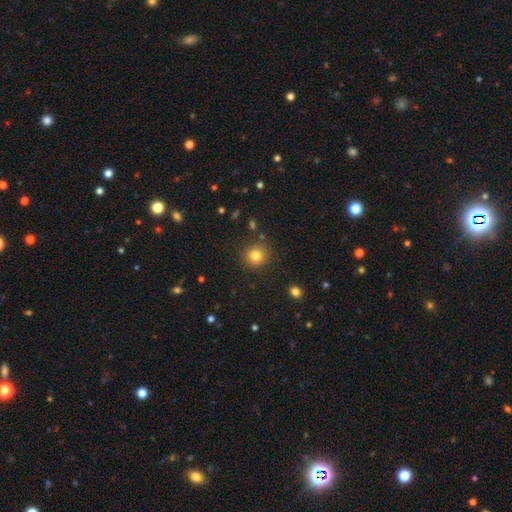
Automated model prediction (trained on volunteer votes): smooth_or_featured: smooth (p=0.81) [alt: star or artifact p=0.12]
how_rounded: round (p=0.91) [alt: in between p=0.08]
merging: none (p=0.87) [alt: minor disturbance p=0.08]